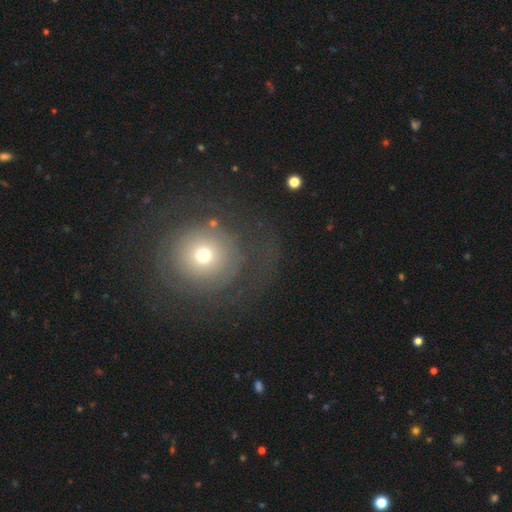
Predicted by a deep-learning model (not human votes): Smooth or featured?
  - smooth: 42% *
  - featured or disk: 41%
  - star or artifact: 17%
Merging?
  - none: 78% *
  - major disturbance: 10%
  - minor disturbance: 10%
  - merger: 2%